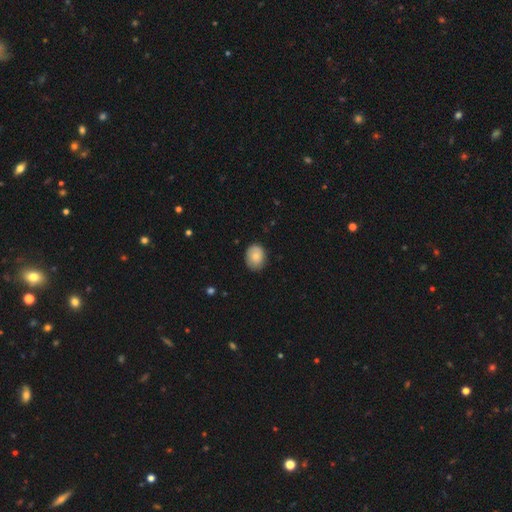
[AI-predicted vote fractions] Smooth or featured? Predicted: smooth (p=0.81). How rounded? Predicted: in between (p=0.52). Merging? Predicted: none (p=0.81).